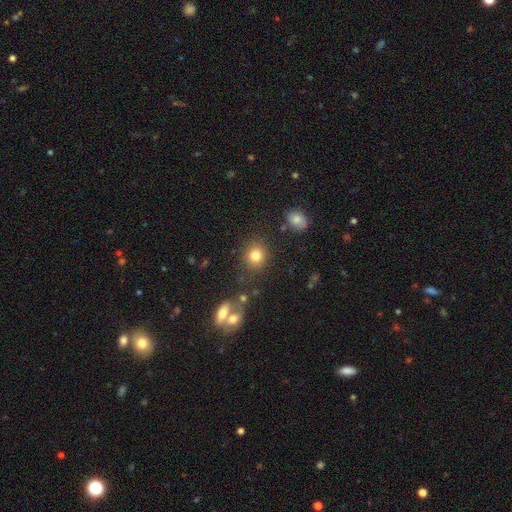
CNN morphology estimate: Smooth or featured?
  - smooth: 81% *
  - star or artifact: 12%
  - featured or disk: 7%
How rounded?
  - round: 81% *
  - in between: 18%
  - cigar-shaped: 1%
Merging?
  - none: 82% *
  - minor disturbance: 9%
  - merger: 5%
  - major disturbance: 4%